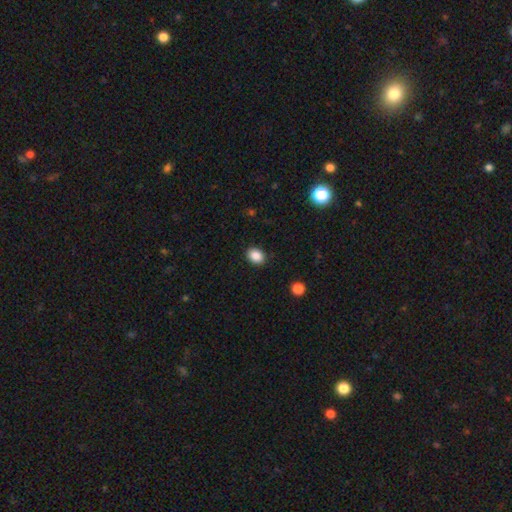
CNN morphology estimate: Smooth or featured: smooth — 88% (star or artifact — 9%)
How rounded: in between — 60% (round — 39%)
Merging: none — 89% (minor disturbance — 8%)